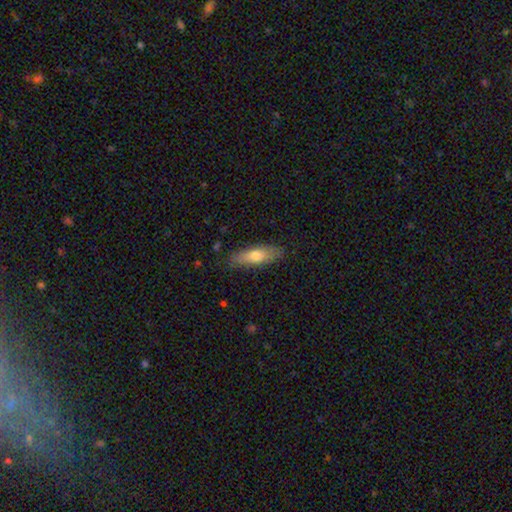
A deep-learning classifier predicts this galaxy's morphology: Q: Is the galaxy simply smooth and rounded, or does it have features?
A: smooth — 67%.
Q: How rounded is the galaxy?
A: in between — 49%.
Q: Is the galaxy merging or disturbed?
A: none — 82%.